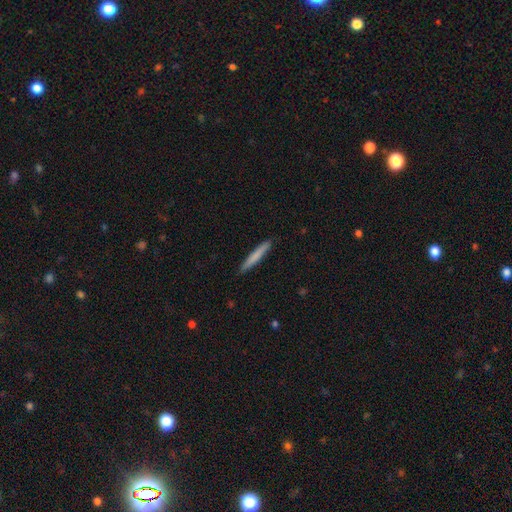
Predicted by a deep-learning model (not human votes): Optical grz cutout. It shows a smooth galaxy with no disk features (75%) that is cigar-shaped (96%). Merging: none (91%).